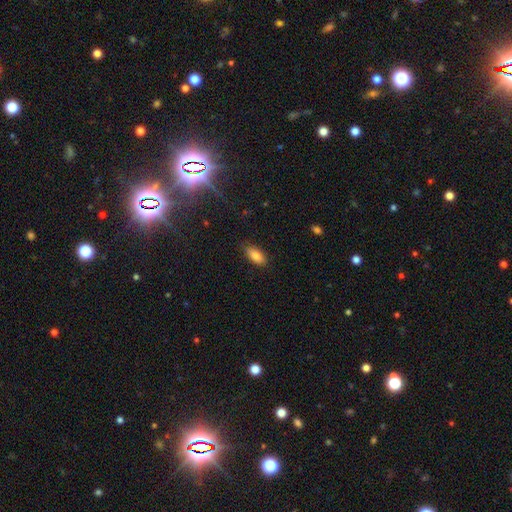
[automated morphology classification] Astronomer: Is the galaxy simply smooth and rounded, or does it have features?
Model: smooth — 85%.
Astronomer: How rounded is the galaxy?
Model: in between — 88%.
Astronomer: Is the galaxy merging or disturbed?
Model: none — 81%.